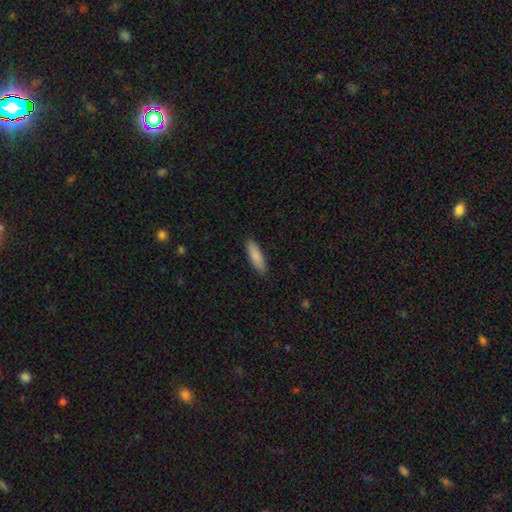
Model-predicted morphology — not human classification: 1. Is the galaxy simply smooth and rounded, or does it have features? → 87% smooth, 8% featured or disk, 6% star or artifact.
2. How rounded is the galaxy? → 62% cigar-shaped, 36% in between, 2% round.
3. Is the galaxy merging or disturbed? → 89% none, 8% minor disturbance, 2% major disturbance, 1% merger.